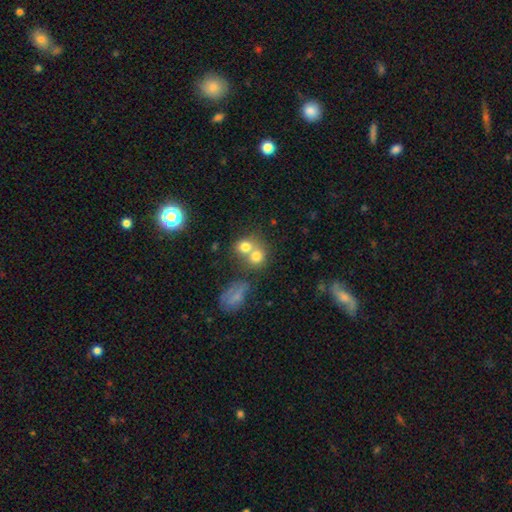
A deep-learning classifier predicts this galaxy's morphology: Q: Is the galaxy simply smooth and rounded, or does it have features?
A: smooth — 72%.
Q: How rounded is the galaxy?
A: round — 71%.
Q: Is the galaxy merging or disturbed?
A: merger — 59%.